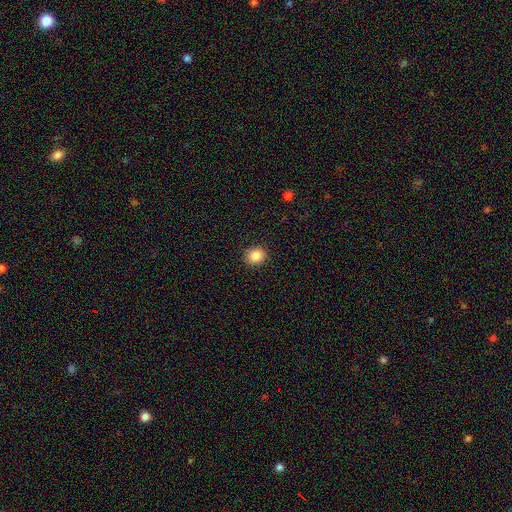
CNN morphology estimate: smooth 86%, star or artifact 9%, featured or disk 5%. Down the decision tree: how rounded — round (71%); merging — none (90%).